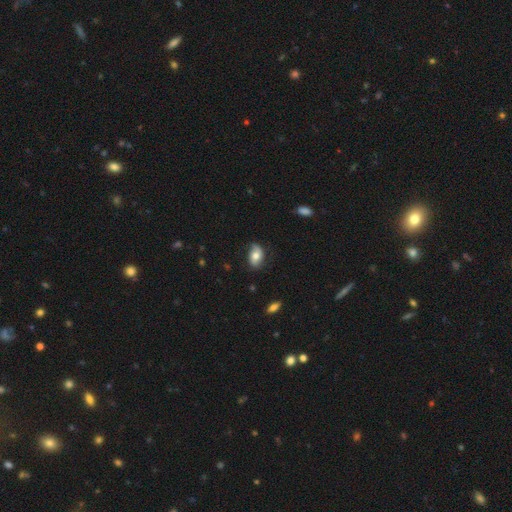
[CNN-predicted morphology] Smooth or featured? Predicted: smooth (p=0.59). How rounded? Predicted: in between (p=0.88). Merging? Predicted: none (p=0.70).